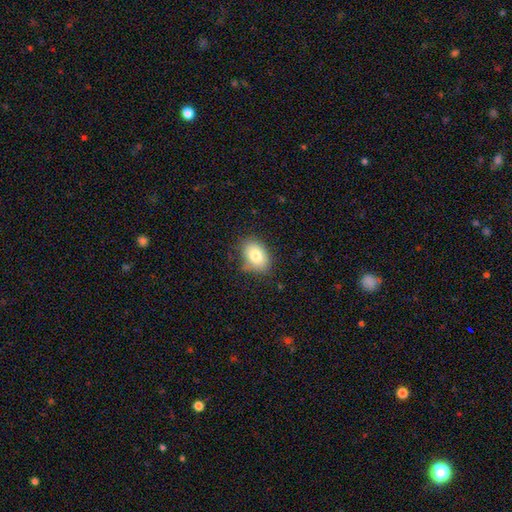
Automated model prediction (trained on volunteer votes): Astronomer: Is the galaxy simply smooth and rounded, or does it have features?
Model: smooth — 80%.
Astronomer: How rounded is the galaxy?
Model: in between — 80%.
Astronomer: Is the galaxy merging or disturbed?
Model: none — 76%.